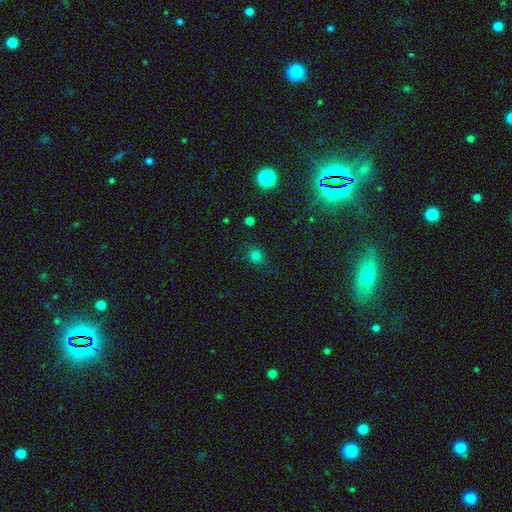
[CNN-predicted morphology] type=smooth (76%); roundness=round (82%); merging=none (80%).